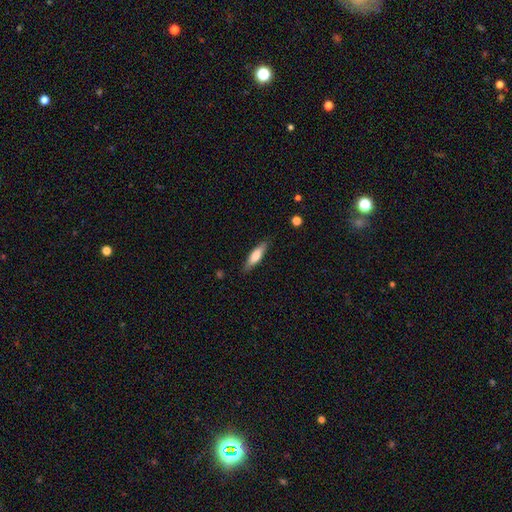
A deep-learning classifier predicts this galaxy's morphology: The model was most divided on "how rounded": cigar-shaped: 65%, in between: 33%, round: 2%. More confident: merging — none (84%); smooth or featured — smooth (71%).